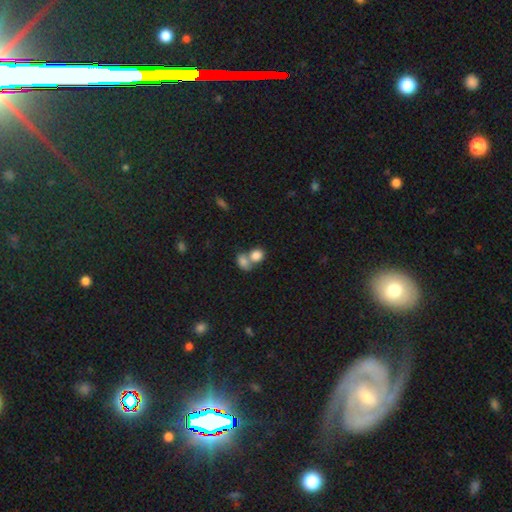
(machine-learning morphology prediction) A smooth galaxy with no disk features (82%) that is round (54%).

Vote fractions:
- Smooth or featured? smooth: 82% / star or artifact: 9% / featured or disk: 9%
- How rounded? round: 54% / in between: 45% / cigar-shaped: 1%
- Merging? merger: 61% / none: 28% / minor disturbance: 7% / major disturbance: 4%